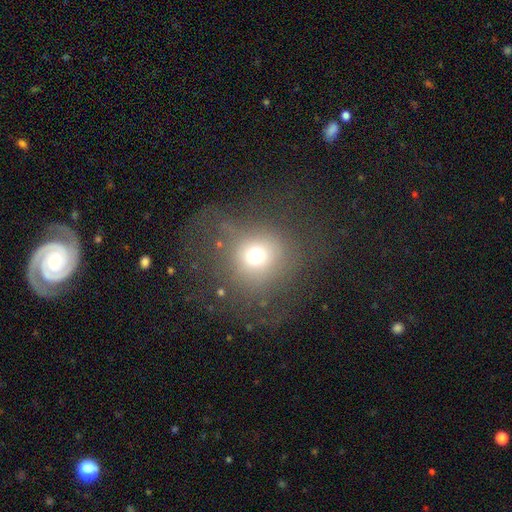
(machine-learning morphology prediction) A smooth galaxy with no disk features (67%) that is round (88%). Merging: none (62%).